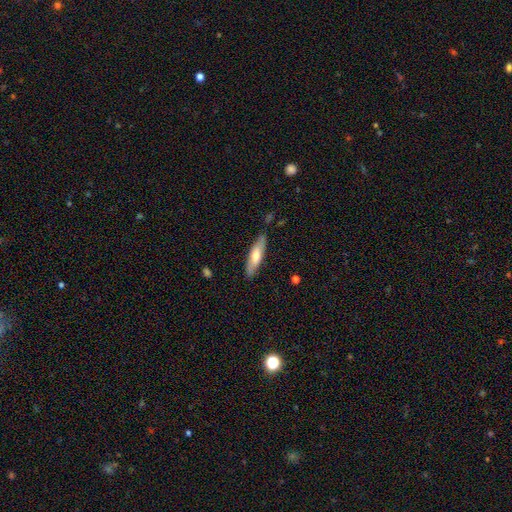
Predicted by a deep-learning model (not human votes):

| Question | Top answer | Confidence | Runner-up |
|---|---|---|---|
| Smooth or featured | smooth | 57% | featured or disk (37%) |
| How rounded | cigar-shaped | 64% | in between (34%) |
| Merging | none | 85% | minor disturbance (12%) |